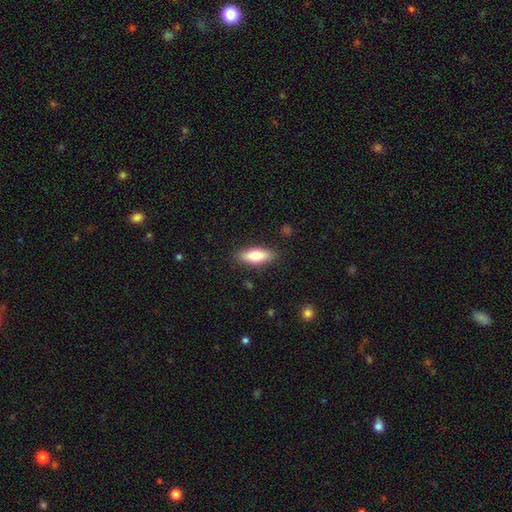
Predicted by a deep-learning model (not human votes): Q: Smooth or featured?
A: smooth (70%); runner-up: featured or disk (24%)
Q: How rounded?
A: in between (62%); runner-up: cigar-shaped (36%)
Q: Merging?
A: none (87%); runner-up: minor disturbance (10%)